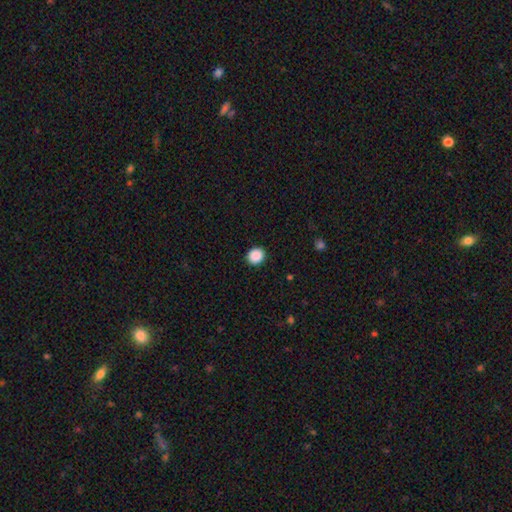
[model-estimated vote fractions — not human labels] A smooth galaxy with no disk features (89%) that is round (78%). Merging: none (92%).